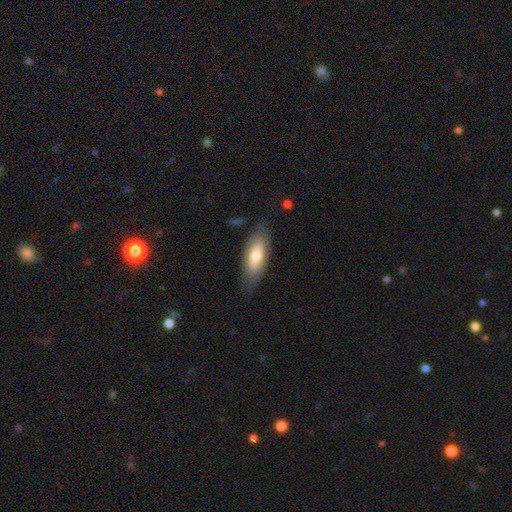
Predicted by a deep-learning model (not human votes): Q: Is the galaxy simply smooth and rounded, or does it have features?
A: smooth — 64%.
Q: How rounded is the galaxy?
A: in between — 81%.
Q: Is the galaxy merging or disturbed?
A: none — 72%.